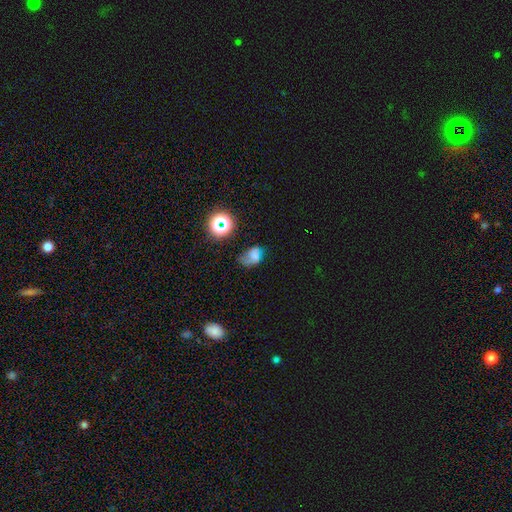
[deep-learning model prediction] Morphology: type=smooth (55%); roundness=in between (73%); merging=none (34%).